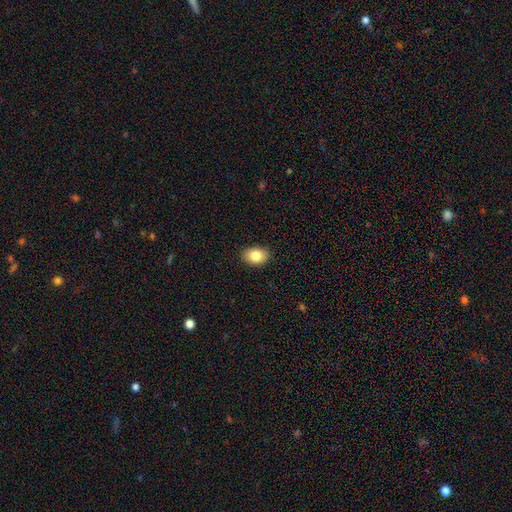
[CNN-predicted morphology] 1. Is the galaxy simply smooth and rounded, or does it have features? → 84% smooth, 8% star or artifact, 8% featured or disk.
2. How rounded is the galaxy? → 78% in between, 21% round, 1% cigar-shaped.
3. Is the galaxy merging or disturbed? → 89% none, 8% minor disturbance, 2% major disturbance, 1% merger.